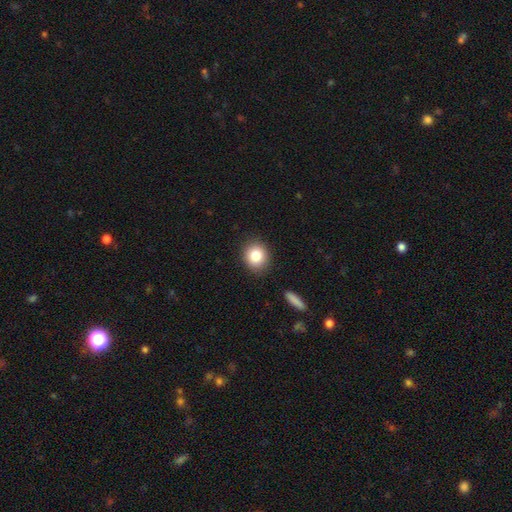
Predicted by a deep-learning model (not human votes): The model was most divided on "how rounded": round: 80%, in between: 19%, cigar-shaped: 1%. More confident: merging — none (88%); smooth or featured — smooth (82%).